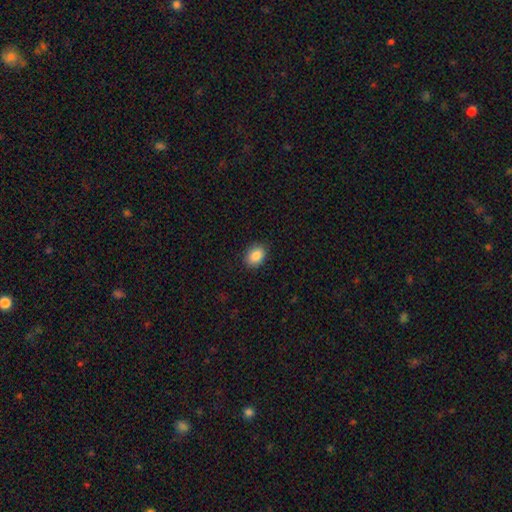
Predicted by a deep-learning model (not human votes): A smooth galaxy with no disk features (86%) that is in between round and cigar-shaped (64%).

Vote fractions:
- Smooth or featured? smooth: 86% / star or artifact: 8% / featured or disk: 6%
- How rounded? in between: 64% / round: 35% / cigar-shaped: 1%
- Merging? none: 88% / minor disturbance: 9% / major disturbance: 2% / merger: 1%